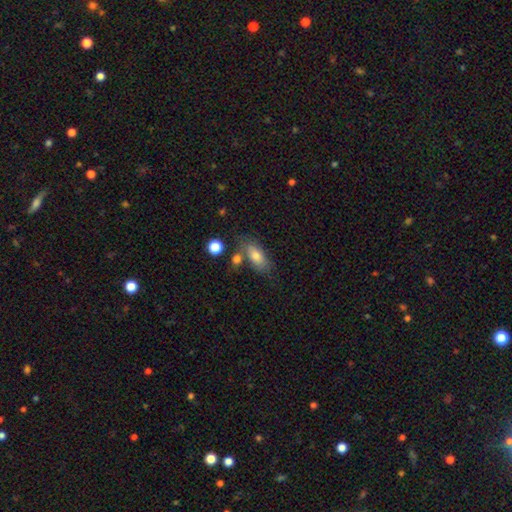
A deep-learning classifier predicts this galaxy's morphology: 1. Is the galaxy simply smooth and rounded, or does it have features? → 75% smooth, 17% featured or disk, 8% star or artifact.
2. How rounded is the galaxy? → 82% in between, 14% cigar-shaped, 5% round.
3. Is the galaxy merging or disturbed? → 62% none, 17% minor disturbance, 15% merger, 6% major disturbance.